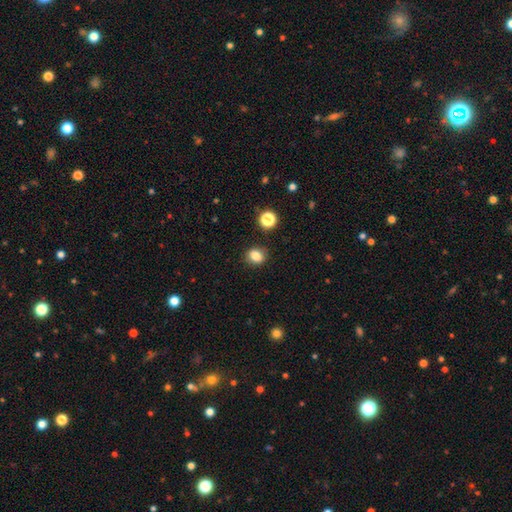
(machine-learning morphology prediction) smooth_or_featured: smooth (p=0.83) [alt: star or artifact p=0.12]
how_rounded: round (p=0.54) [alt: in between p=0.45]
merging: none (p=0.86) [alt: minor disturbance p=0.09]